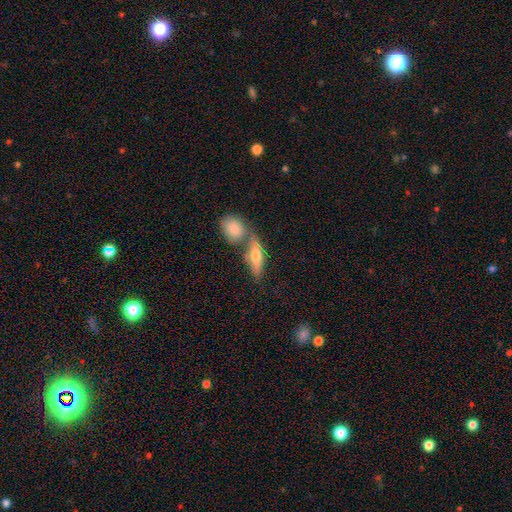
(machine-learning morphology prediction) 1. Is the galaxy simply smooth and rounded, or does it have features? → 60% smooth, 33% featured or disk, 7% star or artifact.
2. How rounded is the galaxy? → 50% in between, 45% cigar-shaped, 5% round.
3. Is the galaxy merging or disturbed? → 48% none, 36% merger, 11% minor disturbance, 4% major disturbance.